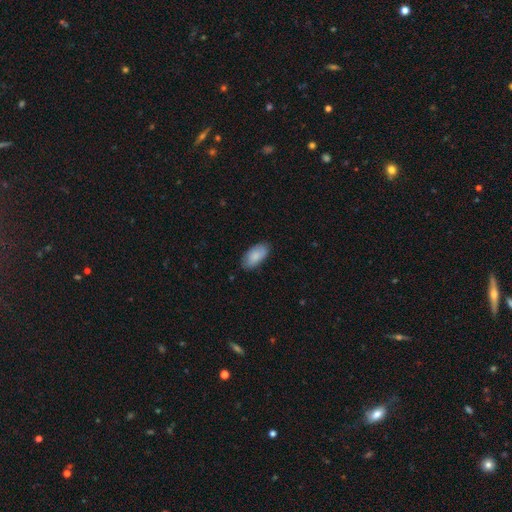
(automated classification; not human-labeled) Smooth or featured?
  - smooth: 86% *
  - featured or disk: 8%
  - star or artifact: 6%
How rounded?
  - in between: 93% *
  - cigar-shaped: 5%
  - round: 2%
Merging?
  - none: 81% *
  - minor disturbance: 15%
  - major disturbance: 3%
  - merger: 1%